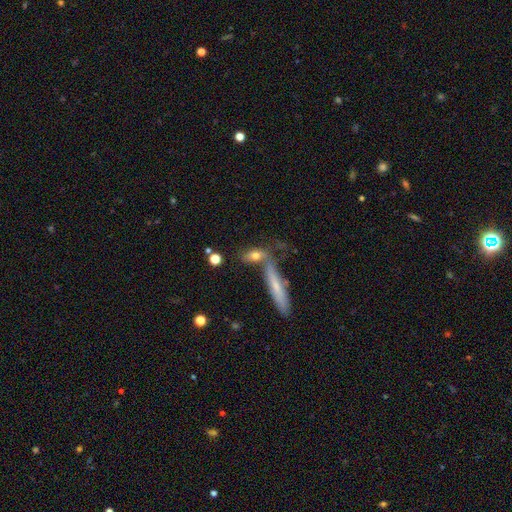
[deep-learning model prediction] This is likely a smooth galaxy (67%). How rounded: possibly in between (52%). Merging: possibly none (52%).